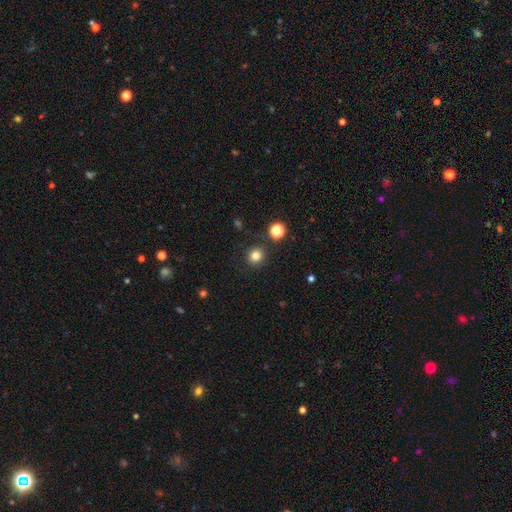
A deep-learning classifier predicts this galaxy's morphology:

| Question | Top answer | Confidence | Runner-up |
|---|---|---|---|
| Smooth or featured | smooth | 81% | star or artifact (14%) |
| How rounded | round | 91% | in between (8%) |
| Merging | none | 88% | minor disturbance (7%) |